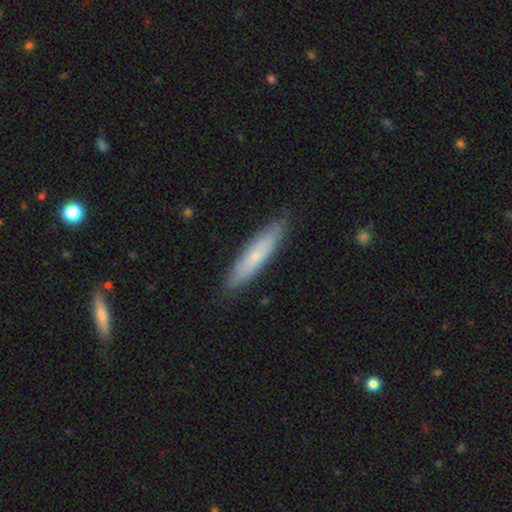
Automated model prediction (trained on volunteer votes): Q: Smooth or featured?
A: smooth (62%); runner-up: featured or disk (33%)
Q: How rounded?
A: cigar-shaped (84%); runner-up: in between (15%)
Q: Merging?
A: none (88%); runner-up: minor disturbance (10%)